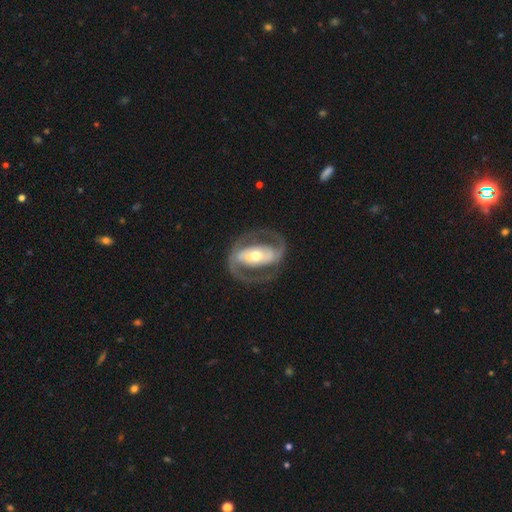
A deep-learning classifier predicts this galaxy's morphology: Q: Smooth or featured?
A: featured or disk (88%); runner-up: smooth (8%)
Q: Edge-on disk?
A: no (96%); runner-up: yes (4%)
Q: Bar?
A: strong (53%); runner-up: weak (24%)
Q: Spiral arms?
A: yes (91%); runner-up: no (9%)
Q: Spiral winding?
A: medium (53%); runner-up: tight (30%)
Q: Spiral arm count?
A: 2 (91%); runner-up: can't tell (4%)
Q: Bulge size?
A: moderate (59%); runner-up: small (31%)
Q: Merging?
A: none (79%); runner-up: minor disturbance (11%)